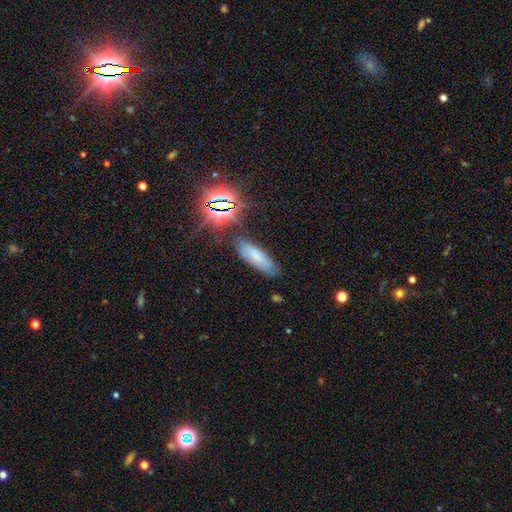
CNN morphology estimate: smooth-or-featured: smooth: 53% | featured or disk: 25% | star or artifact: 22%
  how-rounded: in between: 53% | cigar-shaped: 44% | round: 3%
  merging: none: 71% | minor disturbance: 19% | major disturbance: 6% | merger: 4%